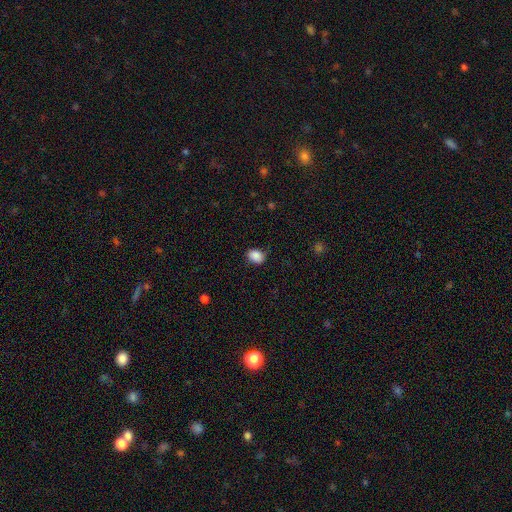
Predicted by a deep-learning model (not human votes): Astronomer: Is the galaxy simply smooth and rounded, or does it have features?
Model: smooth — 88%.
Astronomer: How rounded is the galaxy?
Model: in between — 67%.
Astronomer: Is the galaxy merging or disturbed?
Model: none — 79%.